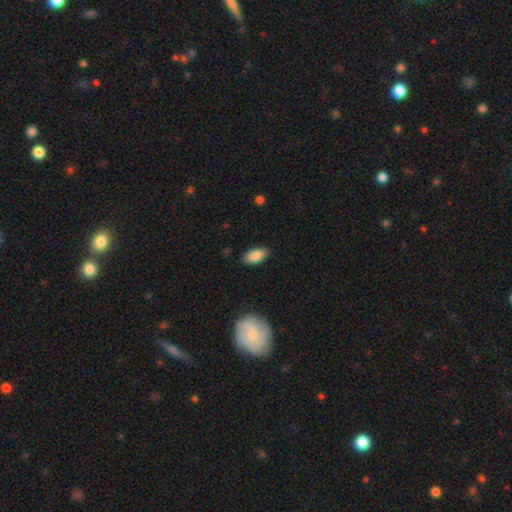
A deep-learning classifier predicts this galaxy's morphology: The model was most divided on "merging": none: 86%, minor disturbance: 10%, major disturbance: 2%, merger: 1%. More confident: how rounded — in between (93%); smooth or featured — smooth (86%).